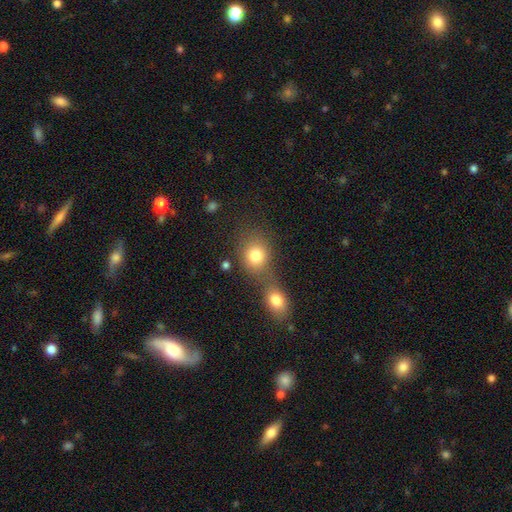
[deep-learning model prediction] This appears to be a smooth galaxy with no disk features (80%) that is round (64%). Merging: merger (52%).